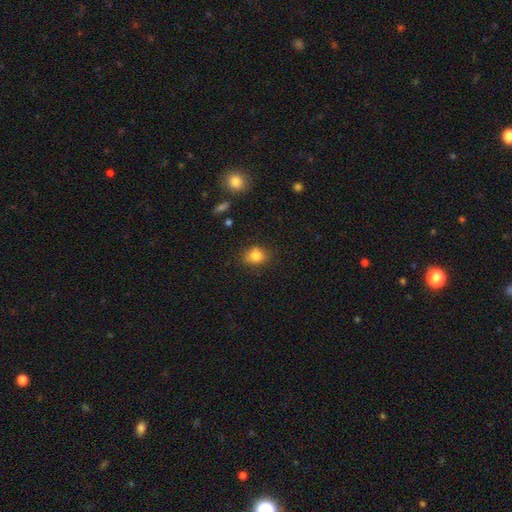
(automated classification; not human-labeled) smooth_or_featured: smooth (p=0.80) [alt: star or artifact p=0.11]
how_rounded: round (p=0.57) [alt: in between p=0.41]
merging: none (p=0.72) [alt: minor disturbance p=0.20]